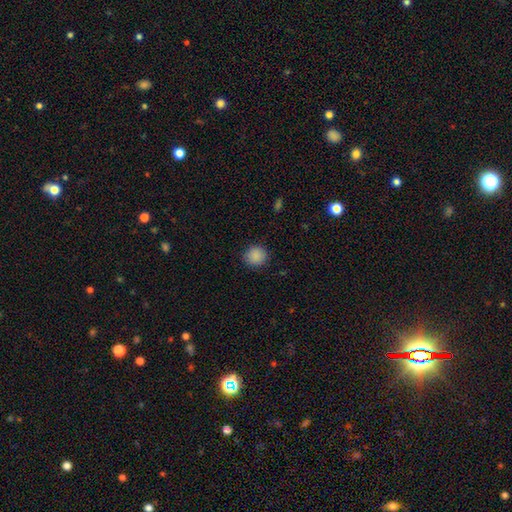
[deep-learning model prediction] Overall: smooth (88%). How rounded: round (89%). Merging: none (88%).